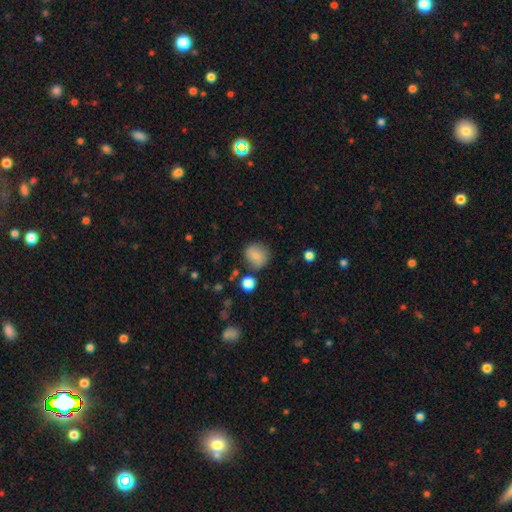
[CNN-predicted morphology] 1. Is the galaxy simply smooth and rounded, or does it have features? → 78% smooth, 13% featured or disk, 9% star or artifact.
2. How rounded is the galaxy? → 81% round, 18% in between, 1% cigar-shaped.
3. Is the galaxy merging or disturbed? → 76% none, 14% minor disturbance, 5% merger, 4% major disturbance.